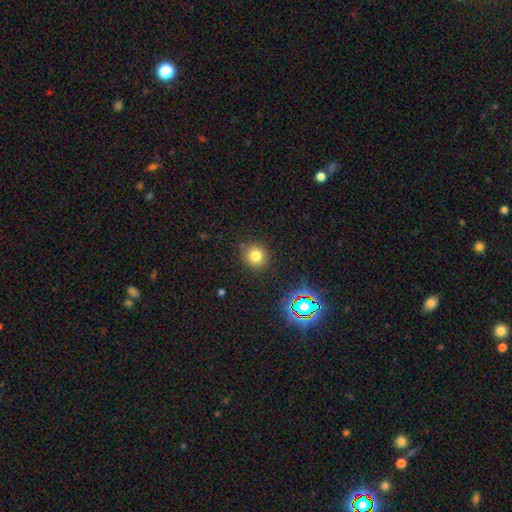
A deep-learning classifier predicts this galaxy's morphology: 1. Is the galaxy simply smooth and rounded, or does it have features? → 77% smooth, 16% star or artifact, 7% featured or disk.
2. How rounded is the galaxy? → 88% round, 11% in between, 1% cigar-shaped.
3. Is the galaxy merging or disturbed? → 85% none, 10% minor disturbance, 3% major disturbance, 2% merger.